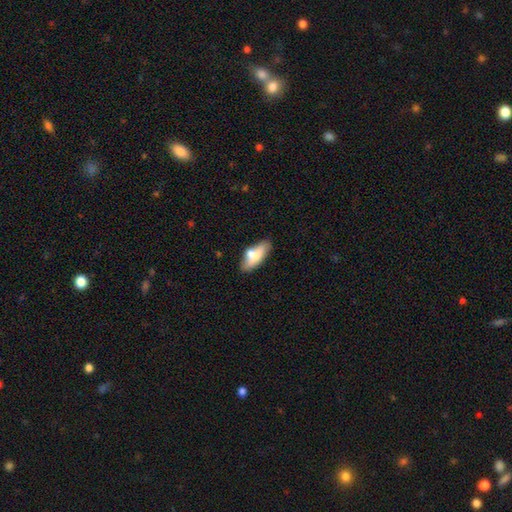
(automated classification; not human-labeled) The model was most divided on "merging": none: 60%, minor disturbance: 19%, merger: 16%, major disturbance: 5%. More confident: how rounded — in between (72%); smooth or featured — smooth (69%).